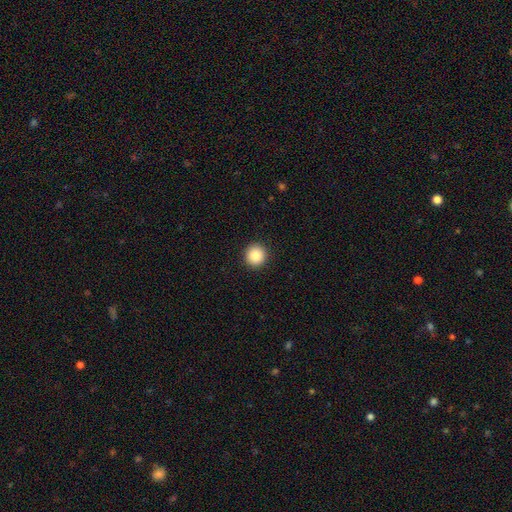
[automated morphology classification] A smooth galaxy with no disk features (85%) that is round (95%).

Vote fractions:
- Smooth or featured? smooth: 85% / star or artifact: 9% / featured or disk: 5%
- How rounded? round: 95% / in between: 4% / cigar-shaped: 1%
- Merging? none: 93% / minor disturbance: 4% / major disturbance: 2% / merger: 1%